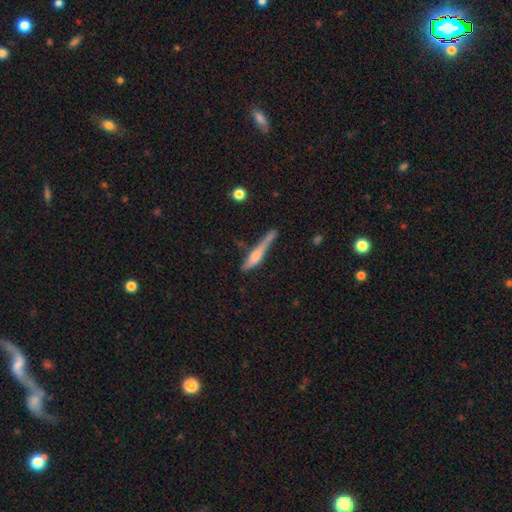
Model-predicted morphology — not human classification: A featured or disk galaxy (58%) viewed edge-on (92%) with a rounded central bulge (80%). Merging: none (57%).